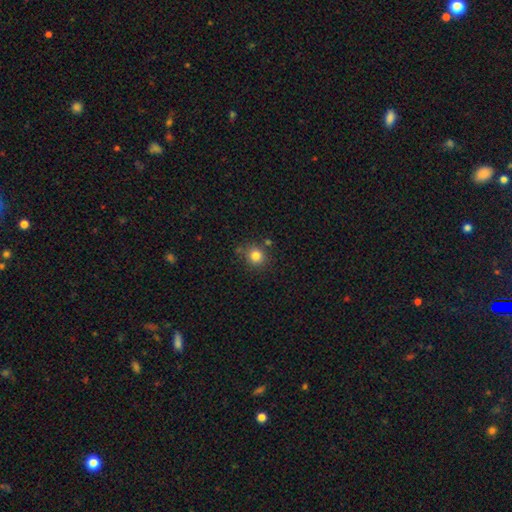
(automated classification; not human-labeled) Smooth or featured?
  - smooth: 83% *
  - star or artifact: 12%
  - featured or disk: 5%
How rounded?
  - round: 88% *
  - in between: 11%
  - cigar-shaped: 1%
Merging?
  - none: 79% *
  - minor disturbance: 11%
  - merger: 6%
  - major disturbance: 3%